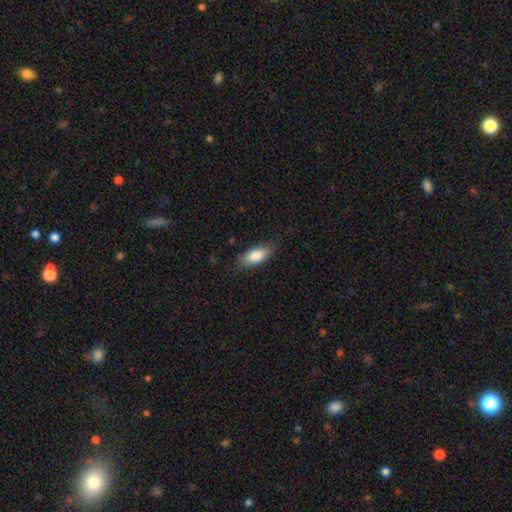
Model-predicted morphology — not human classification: This appears to be a smooth galaxy with no disk features (85%) that is in between round and cigar-shaped (83%). Merging: none (78%).